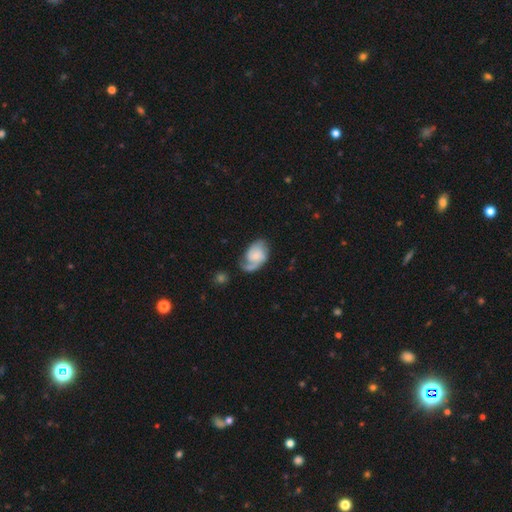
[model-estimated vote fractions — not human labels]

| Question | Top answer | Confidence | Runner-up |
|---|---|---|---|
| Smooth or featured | featured or disk | 67% | smooth (27%) |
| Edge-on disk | no | 97% | yes (3%) |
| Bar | no | 64% | weak (31%) |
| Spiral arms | yes | 92% | no (8%) |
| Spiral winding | medium | 43% | tight (32%) |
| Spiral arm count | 2 | 52% | 1 (34%) |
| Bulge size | small | 37% | none (26%) |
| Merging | none | 49% | minor disturbance (27%) |